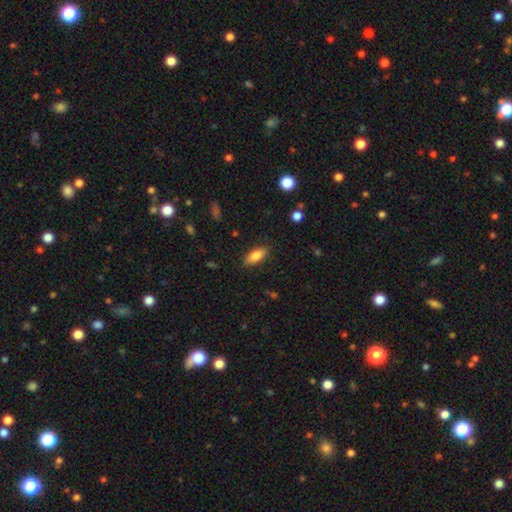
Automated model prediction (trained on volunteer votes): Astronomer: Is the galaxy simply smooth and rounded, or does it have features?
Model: smooth — 81%.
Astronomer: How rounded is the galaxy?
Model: in between — 81%.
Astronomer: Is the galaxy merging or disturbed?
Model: none — 85%.